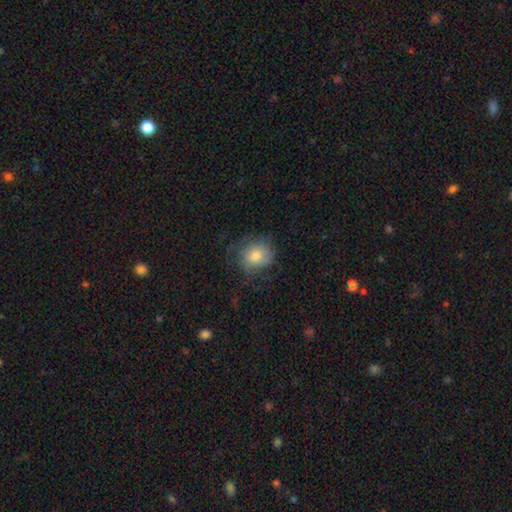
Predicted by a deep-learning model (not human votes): Smooth or featured: smooth — 75% (featured or disk — 16%)
How rounded: round — 73% (in between — 26%)
Merging: none — 62% (minor disturbance — 23%)